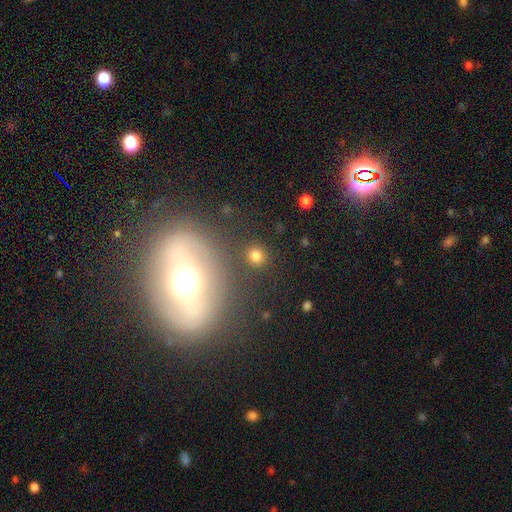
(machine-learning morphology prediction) Smooth or featured: smooth — 79% (star or artifact — 15%)
How rounded: round — 86% (in between — 12%)
Merging: none — 88% (minor disturbance — 6%)